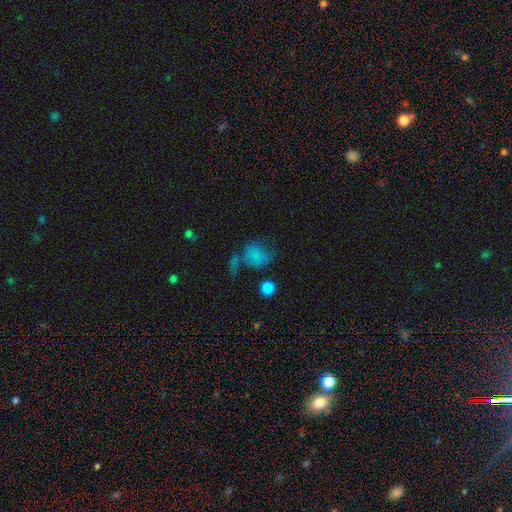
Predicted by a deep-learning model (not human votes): Morphology: type=smooth (68%); roundness=round (58%); merging=none (39%).